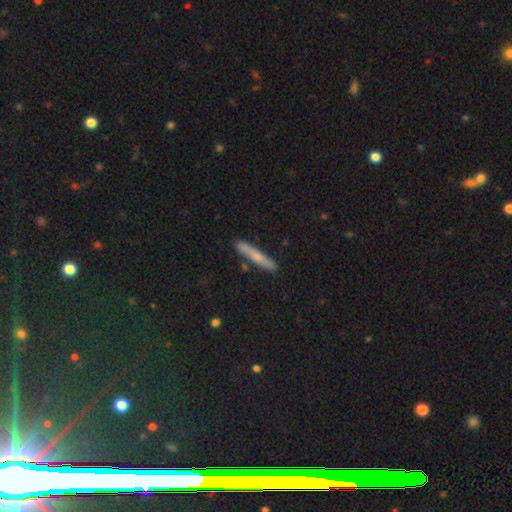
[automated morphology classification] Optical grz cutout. It shows a smooth galaxy with no disk features (64%) that is cigar-shaped (94%). Merging: none (85%).